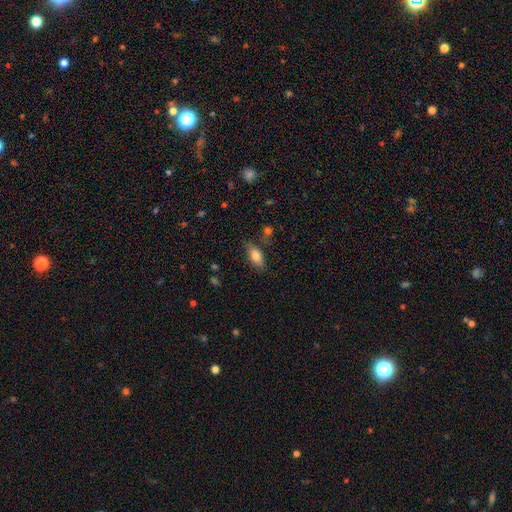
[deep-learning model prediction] Smooth or featured: smooth — 78% (featured or disk — 14%)
How rounded: in between — 84% (cigar-shaped — 13%)
Merging: none — 73% (minor disturbance — 18%)